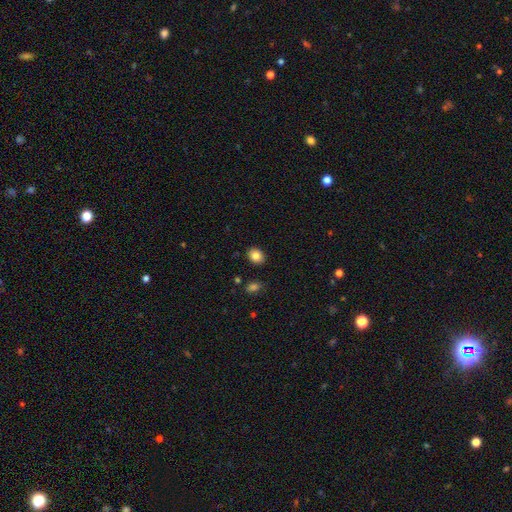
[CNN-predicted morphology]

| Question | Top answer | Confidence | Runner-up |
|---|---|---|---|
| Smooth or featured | smooth | 85% | star or artifact (9%) |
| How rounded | in between | 57% | round (42%) |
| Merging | none | 88% | minor disturbance (8%) |